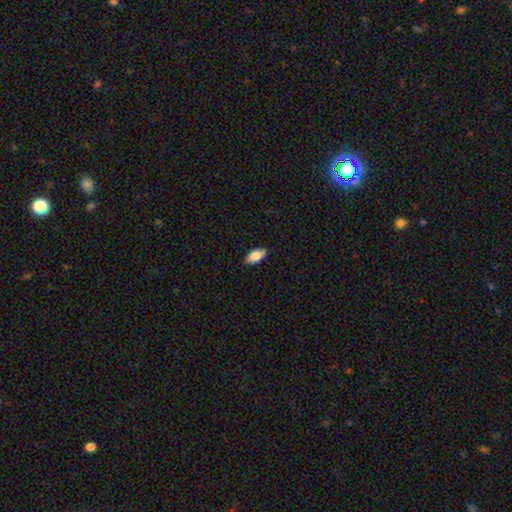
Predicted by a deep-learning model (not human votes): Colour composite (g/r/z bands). It shows a smooth galaxy with no disk features (86%) that is in between round and cigar-shaped (92%). Merging: none (88%).